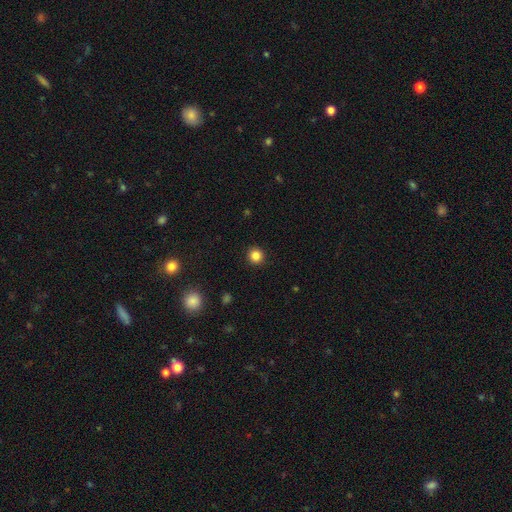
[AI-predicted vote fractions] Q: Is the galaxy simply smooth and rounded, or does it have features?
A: smooth — 84%.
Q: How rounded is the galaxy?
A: round — 95%.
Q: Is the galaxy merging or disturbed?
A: none — 93%.